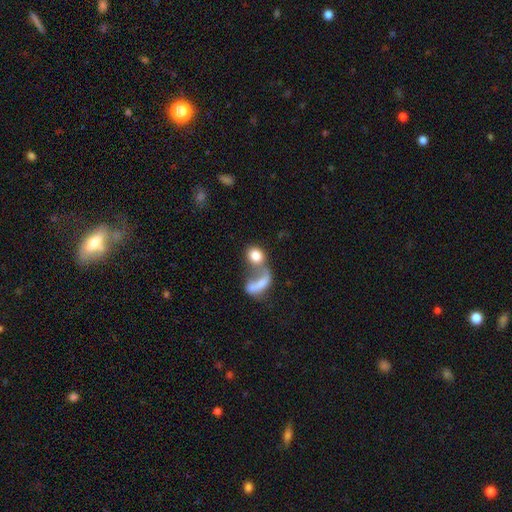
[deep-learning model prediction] Smooth or featured? Predicted: smooth (p=0.75). How rounded? Predicted: round (p=0.50). Merging? Predicted: merger (p=0.62).